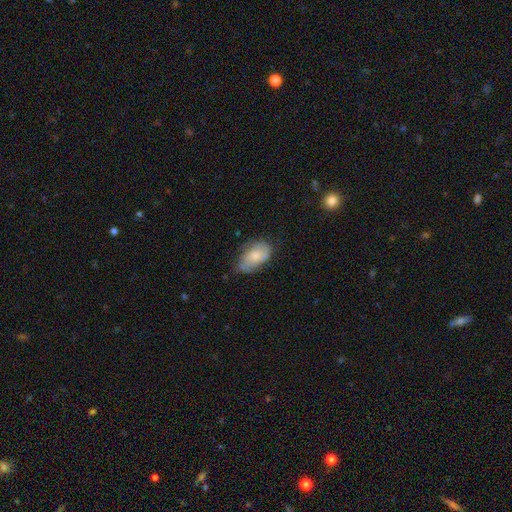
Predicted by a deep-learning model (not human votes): Q: Smooth or featured?
A: smooth (63%); runner-up: featured or disk (31%)
Q: How rounded?
A: in between (92%); runner-up: round (6%)
Q: Merging?
A: none (54%); runner-up: minor disturbance (34%)